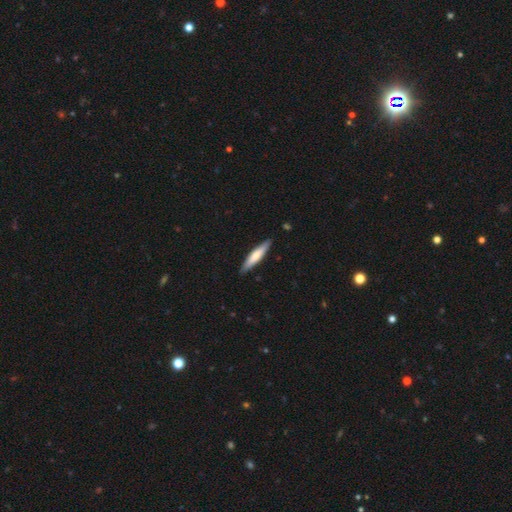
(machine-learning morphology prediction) A smooth galaxy with no disk features (65%) that is cigar-shaped (86%).

Vote fractions:
- Smooth or featured? smooth: 65% / featured or disk: 30% / star or artifact: 5%
- How rounded? cigar-shaped: 86% / in between: 13% / round: 1%
- Merging? none: 88% / minor disturbance: 9% / major disturbance: 2% / merger: 1%